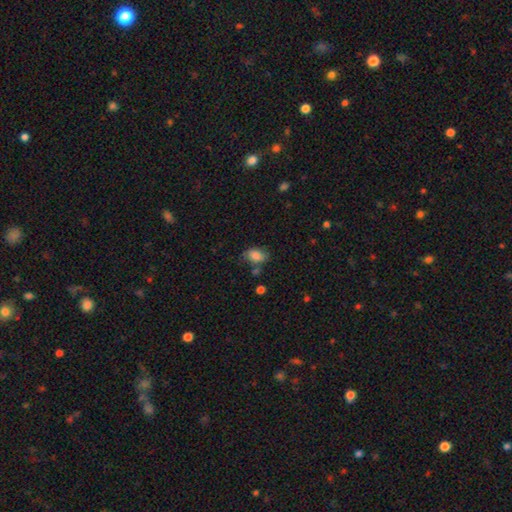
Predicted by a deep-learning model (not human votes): The model was most divided on "merging": none: 61%, minor disturbance: 25%, major disturbance: 7%, merger: 7%. More confident: how rounded — in between (83%); smooth or featured — smooth (79%).